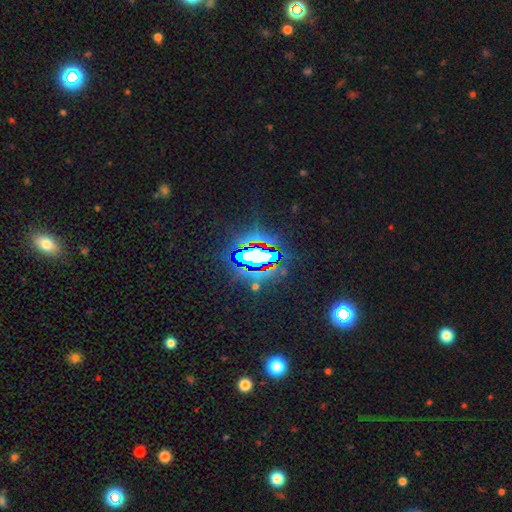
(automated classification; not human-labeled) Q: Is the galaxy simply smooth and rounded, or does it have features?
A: star or artifact — 71%.